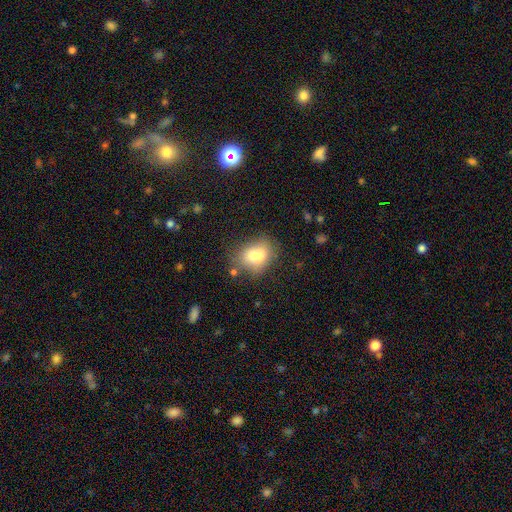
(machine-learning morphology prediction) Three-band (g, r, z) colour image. It shows a smooth galaxy with no disk features (72%) that is in between round and cigar-shaped (63%). Merging: none (48%).